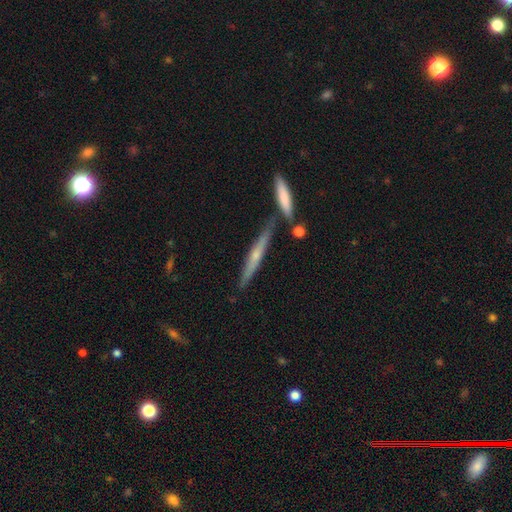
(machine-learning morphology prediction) Overall: featured or disk (57%; smooth 37%). Edge-on disk: yes (94%). Edge-on bulge: rounded (51%; none 43%). Merging: none (73%).